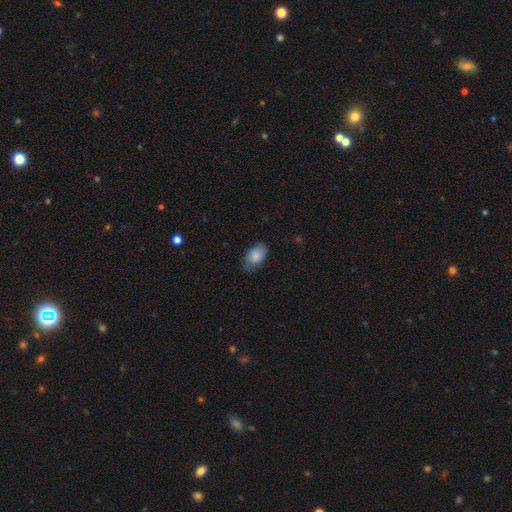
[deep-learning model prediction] Smooth or featured? Predicted: smooth (p=0.83). How rounded? Predicted: in between (p=0.89). Merging? Predicted: none (p=0.71).